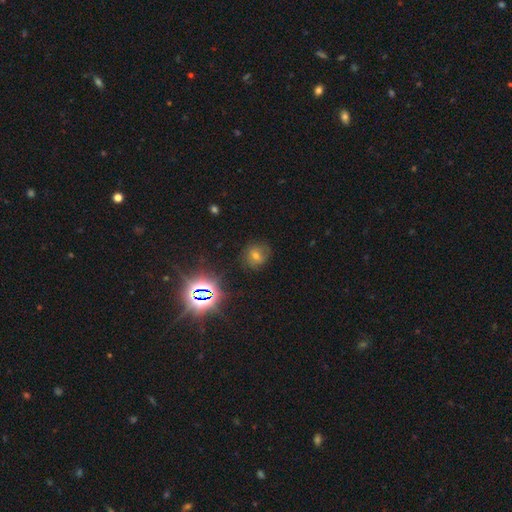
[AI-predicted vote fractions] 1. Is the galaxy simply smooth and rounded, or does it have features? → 49% smooth, 30% star or artifact, 21% featured or disk.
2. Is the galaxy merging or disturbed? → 77% none, 15% minor disturbance, 6% major disturbance, 2% merger.